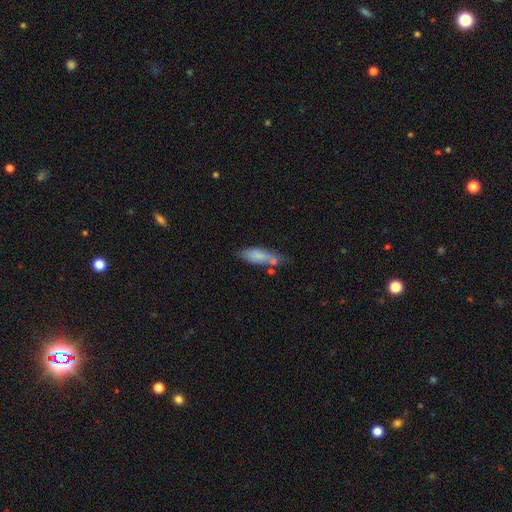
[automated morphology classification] Overall: smooth (75%). How rounded: in between (58%; cigar-shaped 40%). Merging: none (51%; minor disturbance 26%).